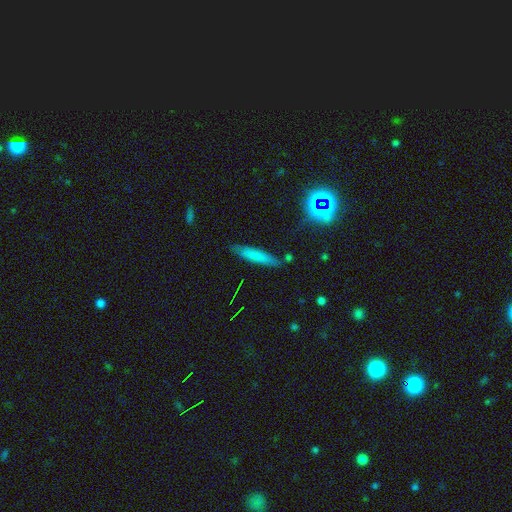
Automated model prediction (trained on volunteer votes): Q: Smooth or featured?
A: smooth (70%); runner-up: featured or disk (19%)
Q: How rounded?
A: cigar-shaped (86%); runner-up: in between (12%)
Q: Merging?
A: none (81%); runner-up: minor disturbance (14%)